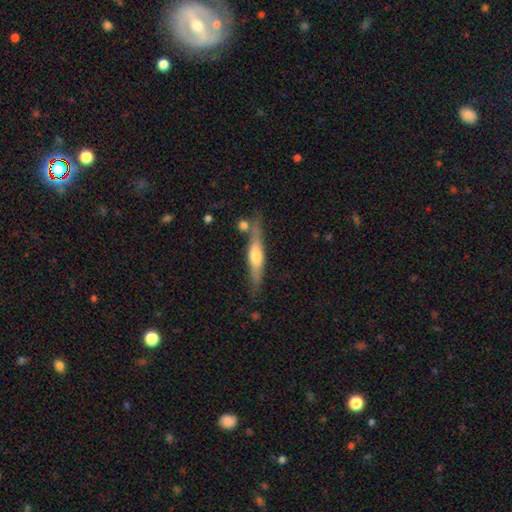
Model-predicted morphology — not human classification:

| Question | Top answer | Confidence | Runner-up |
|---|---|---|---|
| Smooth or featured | featured or disk | 52% | smooth (42%) |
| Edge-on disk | yes | 91% | no (9%) |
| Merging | none | 73% | minor disturbance (15%) |